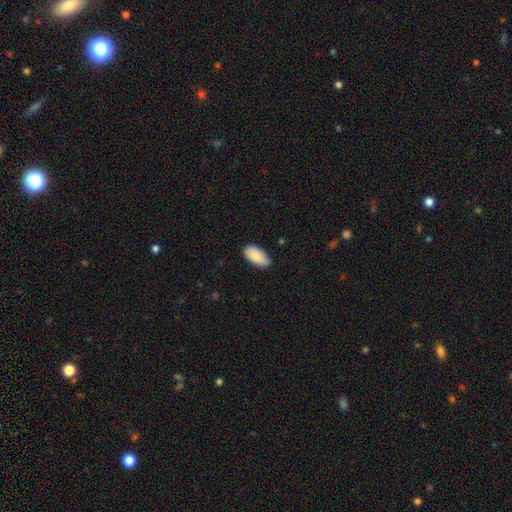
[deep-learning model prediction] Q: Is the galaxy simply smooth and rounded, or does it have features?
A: smooth — 87%.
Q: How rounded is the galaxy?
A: in between — 94%.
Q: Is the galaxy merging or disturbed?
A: none — 80%.